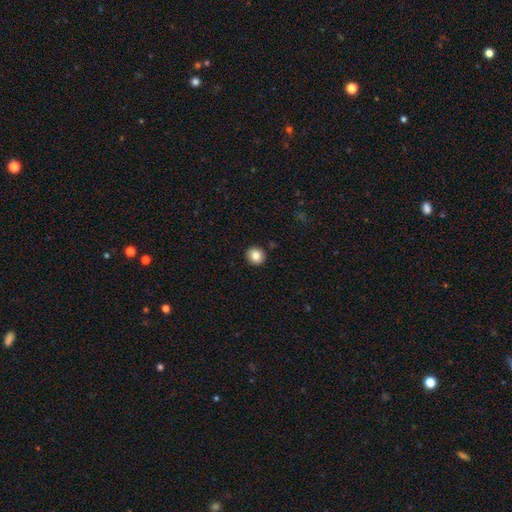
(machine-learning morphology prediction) Smooth or featured: smooth — 84% (star or artifact — 9%)
How rounded: round — 89% (in between — 11%)
Merging: none — 92% (minor disturbance — 5%)